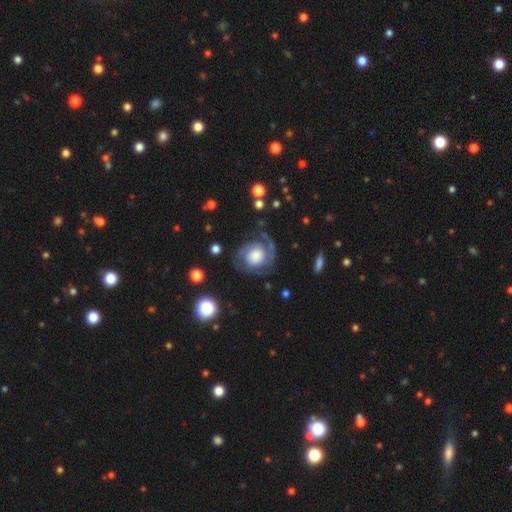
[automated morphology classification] type=featured or disk (77%); edge-on=no (98%); bar=no (76%); spiral arms=yes (92%); winding=tight (43%); arm count=2 (79%); bulge=large (52%); merging=none (70%).